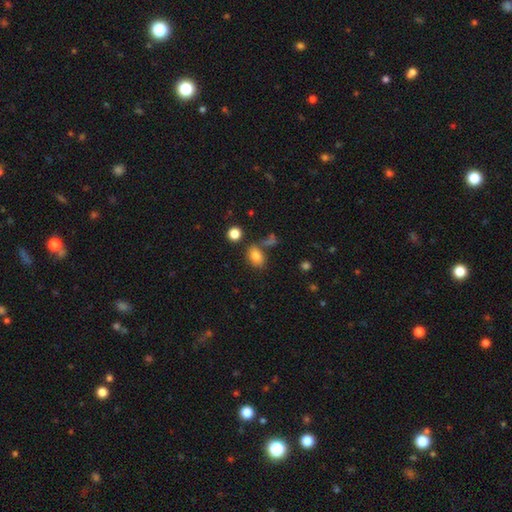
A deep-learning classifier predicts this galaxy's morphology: A smooth galaxy with no disk features (81%) that is in between round and cigar-shaped (79%). Merging: none (67%).